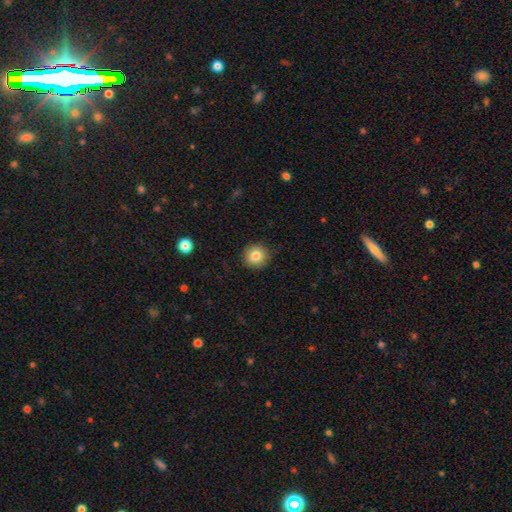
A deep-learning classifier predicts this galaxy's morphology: Q: Smooth or featured?
A: smooth (84%); runner-up: star or artifact (10%)
Q: How rounded?
A: round (94%); runner-up: in between (5%)
Q: Merging?
A: none (90%); runner-up: minor disturbance (7%)